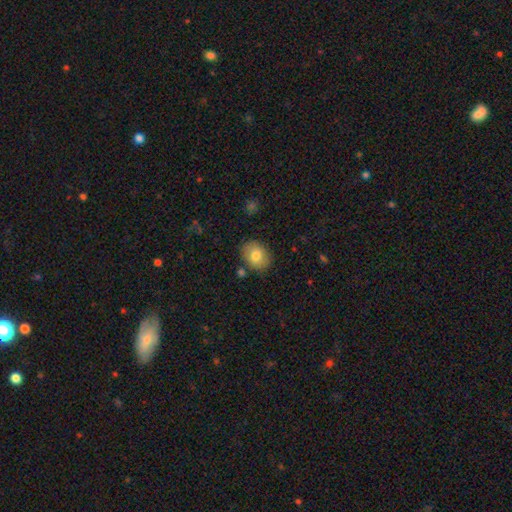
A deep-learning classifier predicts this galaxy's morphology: A smooth galaxy with no disk features (79%) that is in between round and cigar-shaped (51%).

Vote fractions:
- Smooth or featured? smooth: 79% / featured or disk: 13% / star or artifact: 8%
- How rounded? in between: 51% / round: 48% / cigar-shaped: 1%
- Merging? none: 82% / minor disturbance: 12% / merger: 3% / major disturbance: 3%